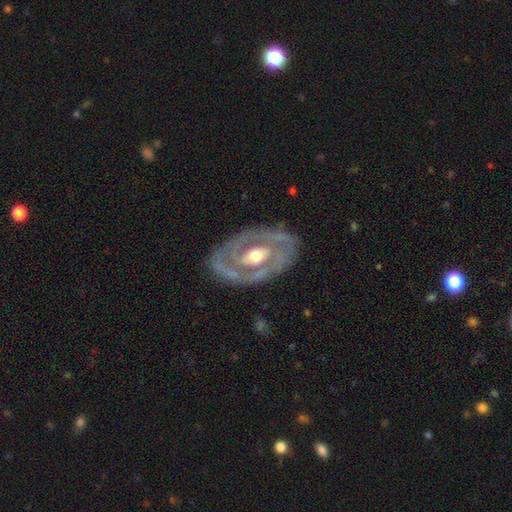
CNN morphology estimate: Overall: featured or disk (83%). Edge-on disk: no (95%). Bar: no (47%; weak 34%). Spiral arms: yes (68%; no 32%). Spiral arm count: 2 (65%). Spiral winding: tight (57%; medium 32%). Bulge size: moderate (72%). Merging: none (80%).